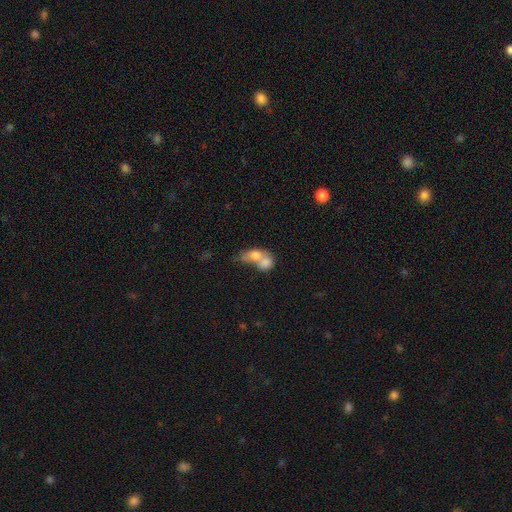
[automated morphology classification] The model was most divided on "how rounded": in between: 65%, round: 31%, cigar-shaped: 3%. More confident: merging — merger (78%); smooth or featured — smooth (73%).